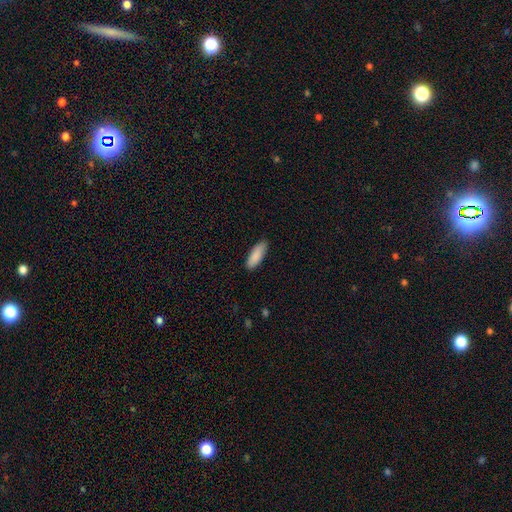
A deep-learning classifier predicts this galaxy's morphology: Smooth or featured? Predicted: smooth (p=0.89). How rounded? Predicted: in between (p=0.63). Merging? Predicted: none (p=0.87).